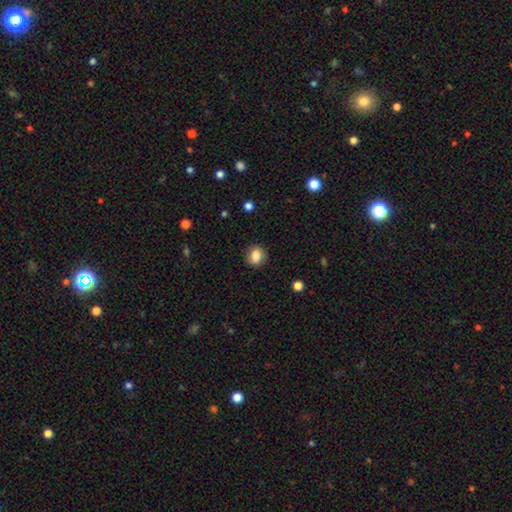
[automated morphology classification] This is clearly a smooth galaxy (82%). How rounded: likely round (63%). Merging: clearly none (86%).